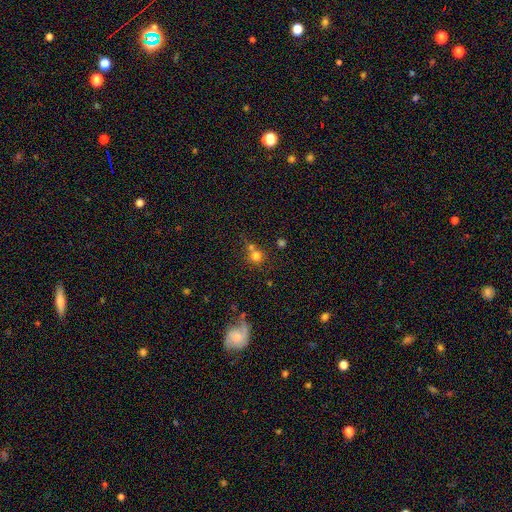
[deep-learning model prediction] The model was most divided on "merging": none: 54%, merger: 33%, minor disturbance: 9%, major disturbance: 5%. More confident: how rounded — round (89%); smooth or featured — smooth (74%).